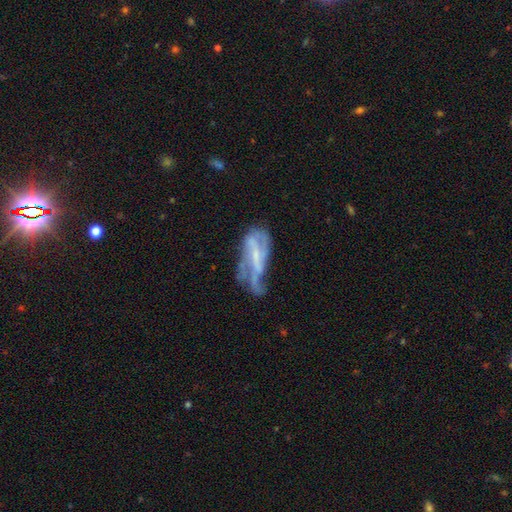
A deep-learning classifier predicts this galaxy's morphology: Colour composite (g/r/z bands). It shows a featured or disk galaxy (70%) with a weak bar (36%), spiral arms (64%) and a small central bulge (52%). Merging: major disturbance (38%).